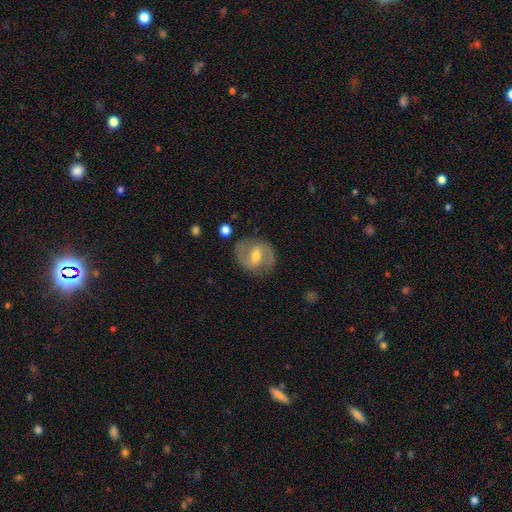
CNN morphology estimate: Smooth or featured? featured or disk (75%)
Edge-on disk? no (97%)
Bar? weak (50%)
Spiral arms? yes (87%)
Spiral winding? medium (53%)
Spiral arm count? 2 (90%)
Bulge size? moderate (64%)
Merging? none (82%)